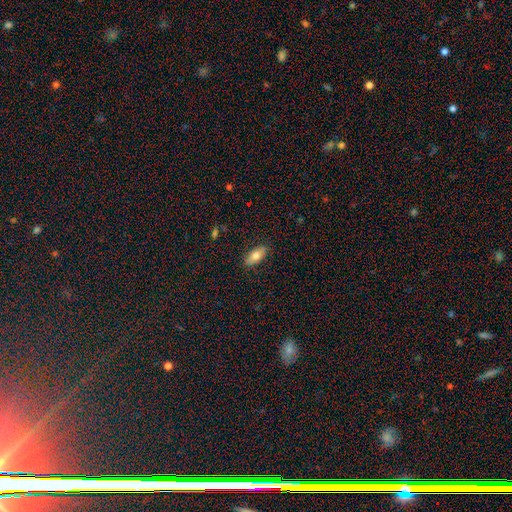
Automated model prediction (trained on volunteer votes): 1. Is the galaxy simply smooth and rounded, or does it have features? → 75% smooth, 18% featured or disk, 7% star or artifact.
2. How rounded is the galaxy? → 85% in between, 12% cigar-shaped, 3% round.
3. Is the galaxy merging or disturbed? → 87% none, 9% minor disturbance, 2% major disturbance, 1% merger.